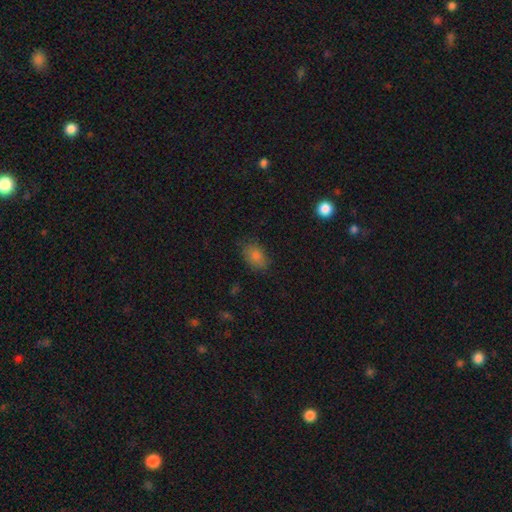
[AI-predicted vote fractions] Smooth or featured? smooth (81%)
How rounded? in between (83%)
Merging? none (80%)